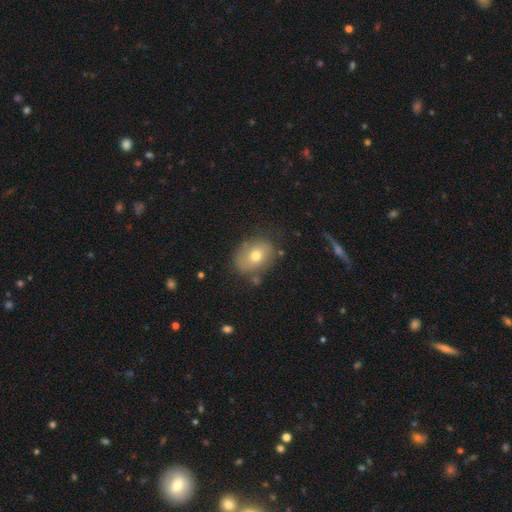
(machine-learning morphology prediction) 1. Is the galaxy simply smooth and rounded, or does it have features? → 64% smooth, 26% featured or disk, 9% star or artifact.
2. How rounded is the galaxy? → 68% in between, 31% round, 1% cigar-shaped.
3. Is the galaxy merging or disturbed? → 75% none, 17% minor disturbance, 5% major disturbance, 3% merger.